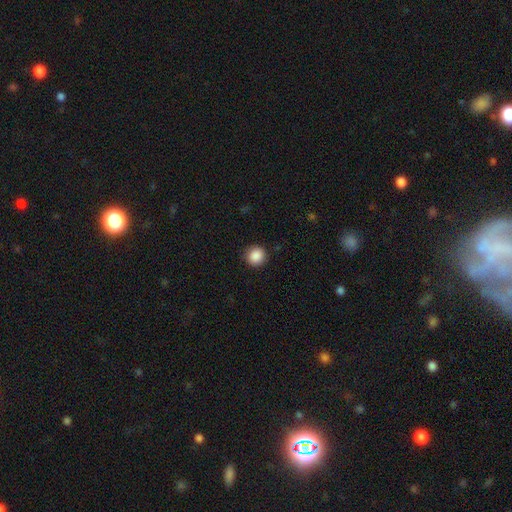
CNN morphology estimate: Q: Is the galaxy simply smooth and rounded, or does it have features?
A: smooth — 88%.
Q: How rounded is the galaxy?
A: round — 92%.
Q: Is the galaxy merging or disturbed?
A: none — 90%.